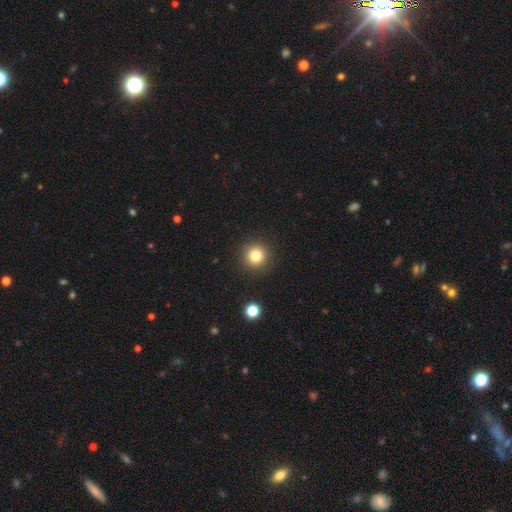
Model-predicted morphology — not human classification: Smooth or featured? smooth (81%)
How rounded? round (95%)
Merging? none (91%)